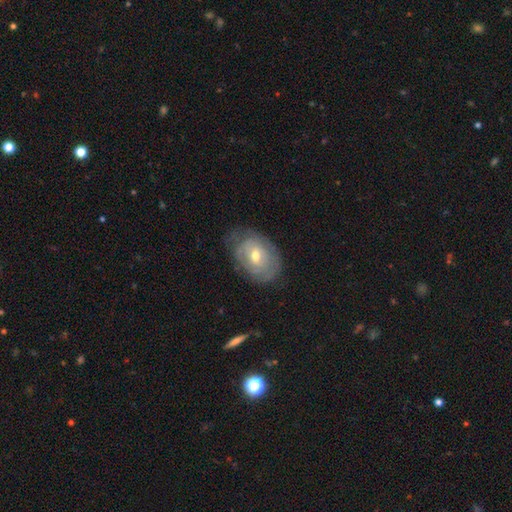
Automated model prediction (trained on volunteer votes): featured or disk 57%, smooth 36%, star or artifact 7%. Down the decision tree: edge-on disk — no (94%); bar — no (68%); spiral arms — yes (53%); bulge size — moderate (65%); merging — none (64%).